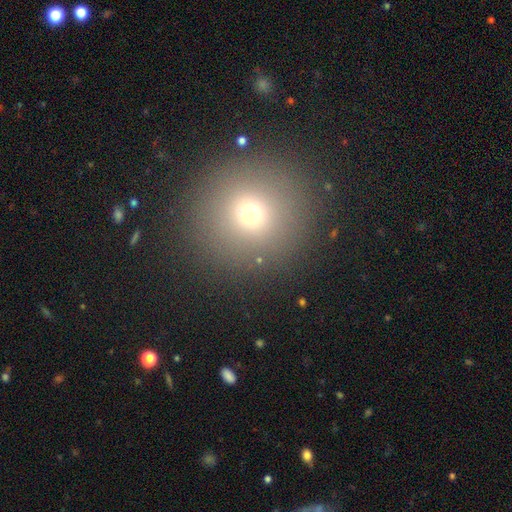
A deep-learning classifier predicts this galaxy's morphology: Q: Smooth or featured?
A: smooth (68%); runner-up: star or artifact (22%)
Q: How rounded?
A: round (93%); runner-up: in between (6%)
Q: Merging?
A: none (91%); runner-up: minor disturbance (5%)